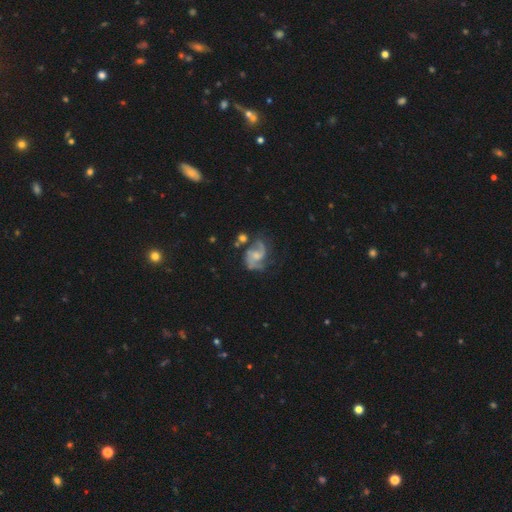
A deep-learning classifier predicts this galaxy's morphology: A featured or disk galaxy (84%) with no bar (54%), 2 (83%) medium (54%) spiral arms (95%) and a small central bulge (40%). Merging: none (54%).